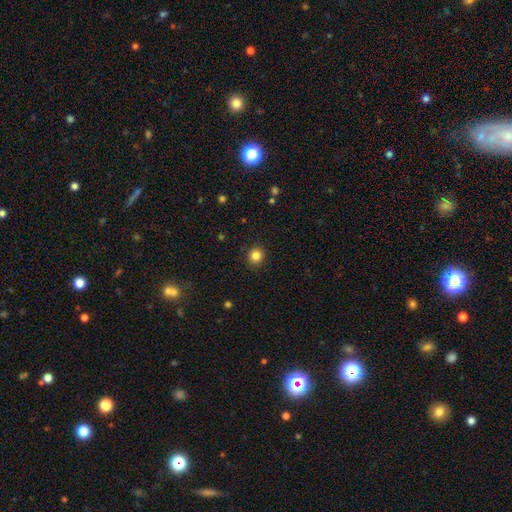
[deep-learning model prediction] A smooth galaxy with no disk features (84%) that is round (92%).

Vote fractions:
- Smooth or featured? smooth: 84% / star or artifact: 11% / featured or disk: 5%
- How rounded? round: 92% / in between: 7% / cigar-shaped: 1%
- Merging? none: 91% / minor disturbance: 6% / major disturbance: 2% / merger: 1%